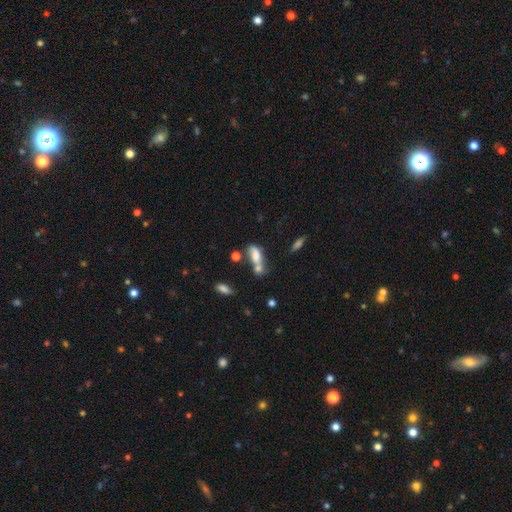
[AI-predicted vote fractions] Morphology: type=smooth (68%); roundness=in between (75%); merging=merger (44%).